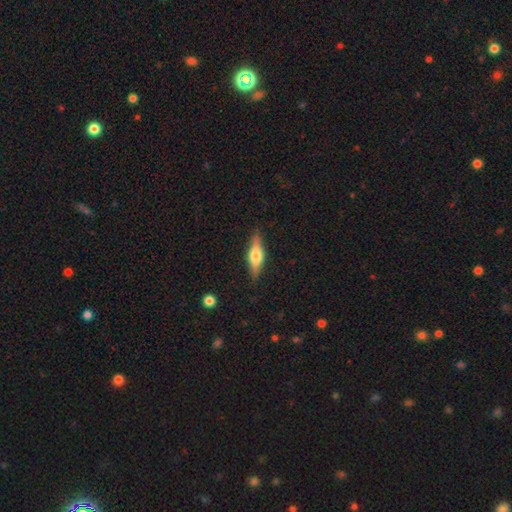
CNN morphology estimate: Smooth or featured?
  - featured or disk: 51% *
  - smooth: 42%
  - star or artifact: 7%
Edge-on disk?
  - yes: 93% *
  - no: 7%
Merging?
  - none: 86% *
  - minor disturbance: 10%
  - major disturbance: 2%
  - merger: 1%